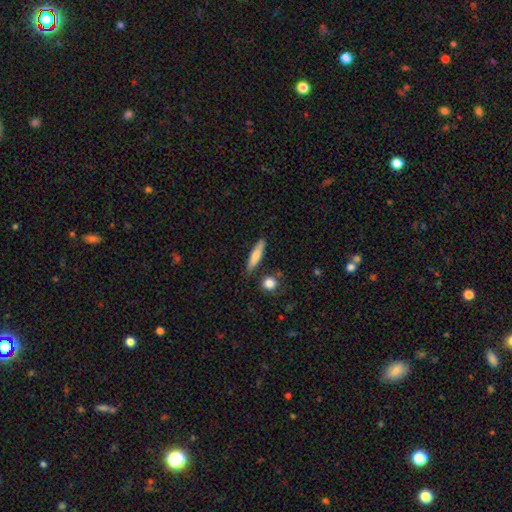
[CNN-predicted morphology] type=smooth (76%); roundness=cigar-shaped (78%); merging=none (82%).